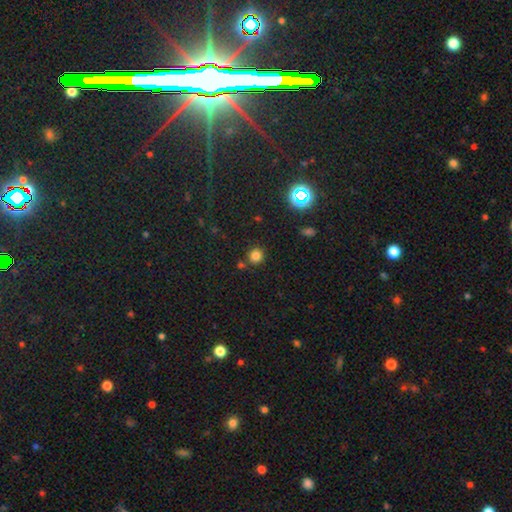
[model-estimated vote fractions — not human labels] A smooth galaxy with no disk features (78%) that is round (89%). Merging: none (79%).